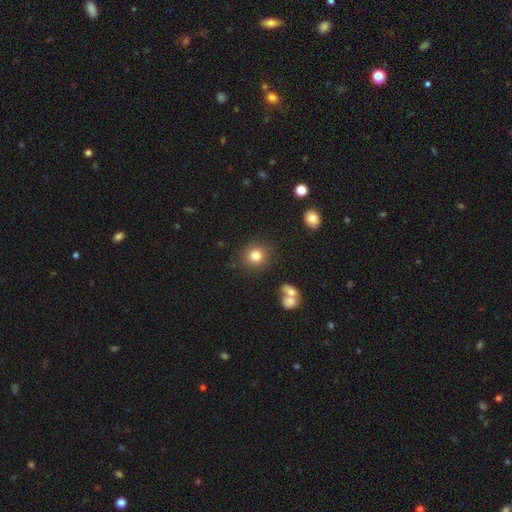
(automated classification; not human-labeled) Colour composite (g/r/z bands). It shows a smooth galaxy with no disk features (82%) that is round (90%). Merging: none (86%).